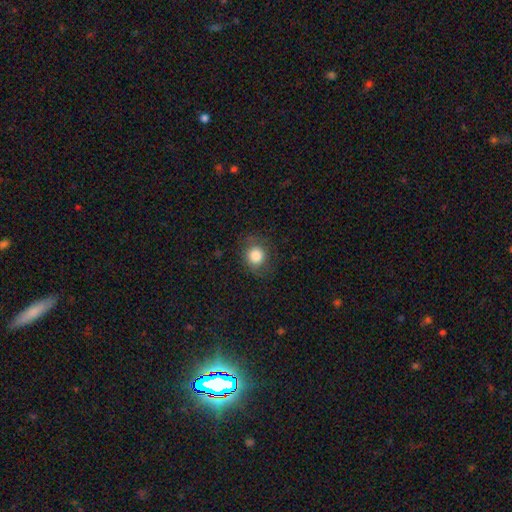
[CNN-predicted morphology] Smooth or featured?
  - smooth: 83% *
  - star or artifact: 10%
  - featured or disk: 8%
How rounded?
  - round: 83% *
  - in between: 16%
  - cigar-shaped: 1%
Merging?
  - none: 78% *
  - minor disturbance: 15%
  - major disturbance: 6%
  - merger: 1%